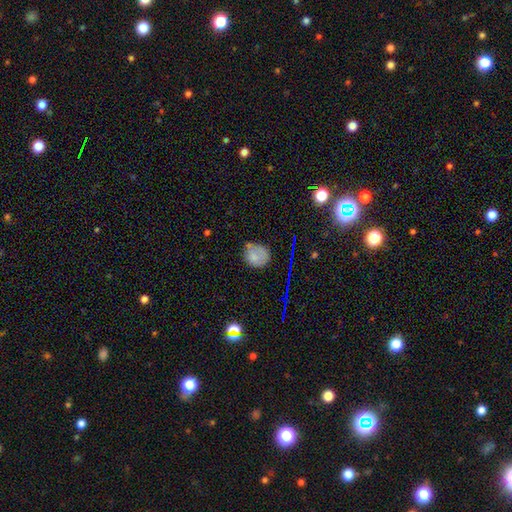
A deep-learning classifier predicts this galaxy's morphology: A smooth galaxy with no disk features (75%) that is round (76%). Merging: none (59%).